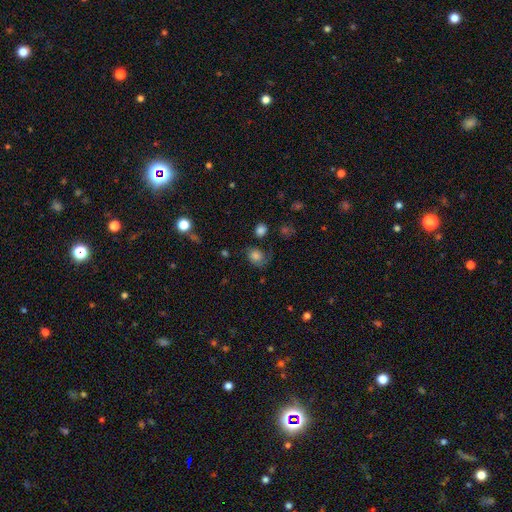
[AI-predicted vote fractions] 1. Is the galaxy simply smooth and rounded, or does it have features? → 47% smooth, 40% featured or disk, 13% star or artifact.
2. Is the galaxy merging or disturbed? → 52% none, 23% minor disturbance, 20% major disturbance, 4% merger.